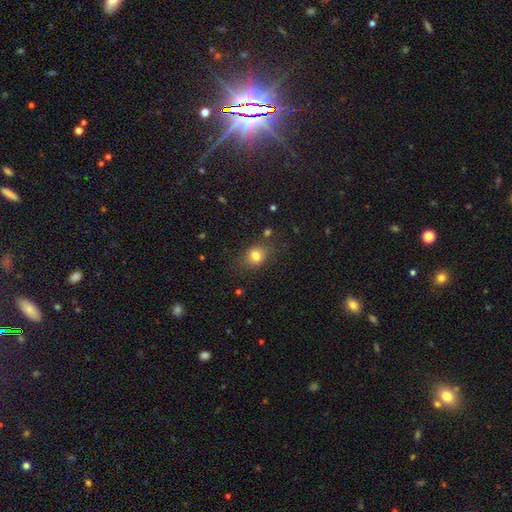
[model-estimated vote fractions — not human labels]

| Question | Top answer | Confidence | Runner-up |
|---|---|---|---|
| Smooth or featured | smooth | 79% | star or artifact (12%) |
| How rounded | round | 56% | in between (43%) |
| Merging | none | 76% | minor disturbance (16%) |